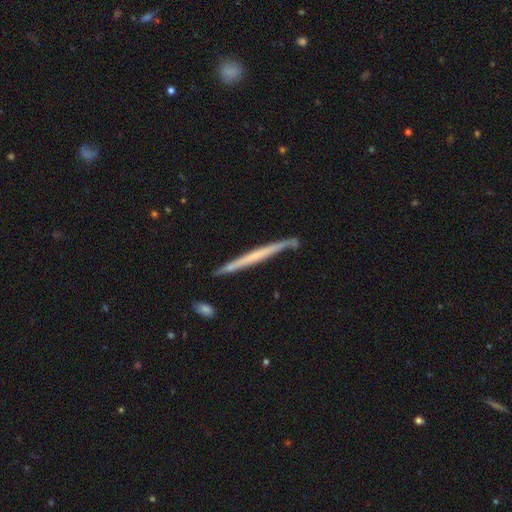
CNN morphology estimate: A featured or disk galaxy (58%) viewed edge-on (96%) with no central bulge (83%).

Vote fractions:
- Smooth or featured? featured or disk: 58% / smooth: 37% / star or artifact: 5%
- Edge-on disk? yes: 96% / no: 4%
- Edge-on bulge? none: 83% / rounded: 11% / boxy: 6%
- Merging? none: 81% / minor disturbance: 14% / merger: 3% / major disturbance: 2%